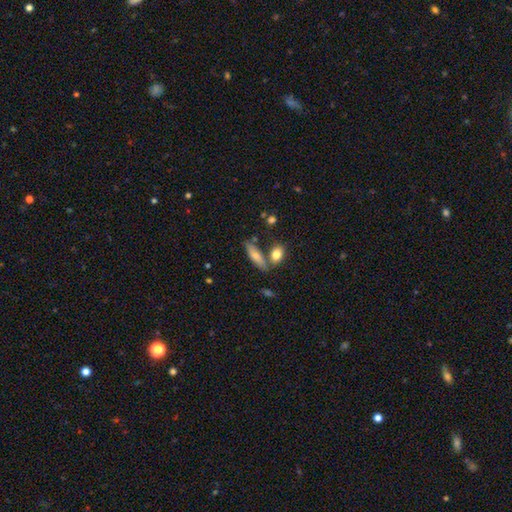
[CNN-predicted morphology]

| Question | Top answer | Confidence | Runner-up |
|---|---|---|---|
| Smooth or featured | smooth | 69% | featured or disk (25%) |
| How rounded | cigar-shaped | 52% | in between (45%) |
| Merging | none | 64% | merger (19%) |